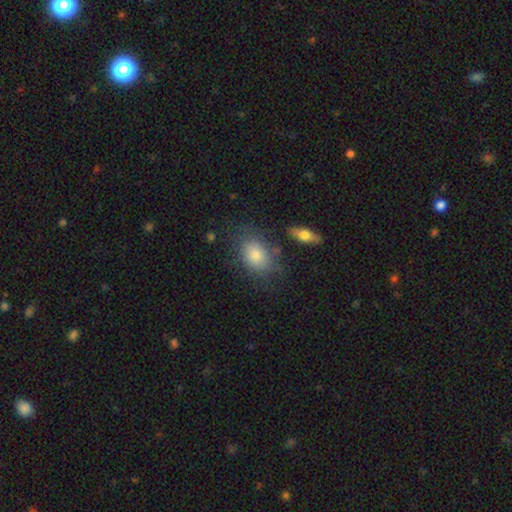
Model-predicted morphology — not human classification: This appears to be a smooth galaxy with no disk features (80%) that is in between round and cigar-shaped (76%). Merging: none (70%).